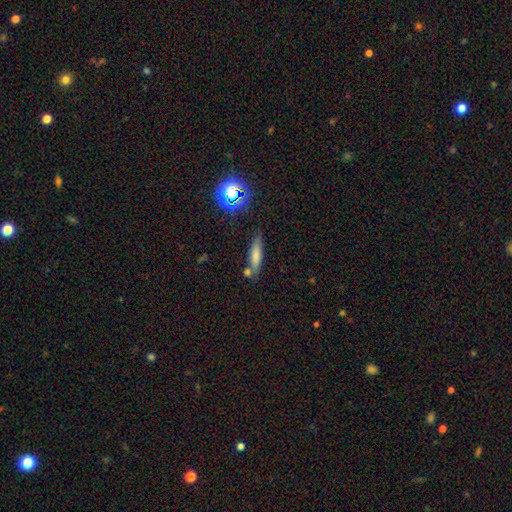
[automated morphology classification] smooth 70%, featured or disk 17%, star or artifact 13%. Down the decision tree: how rounded — cigar-shaped (70%); merging — none (65%).